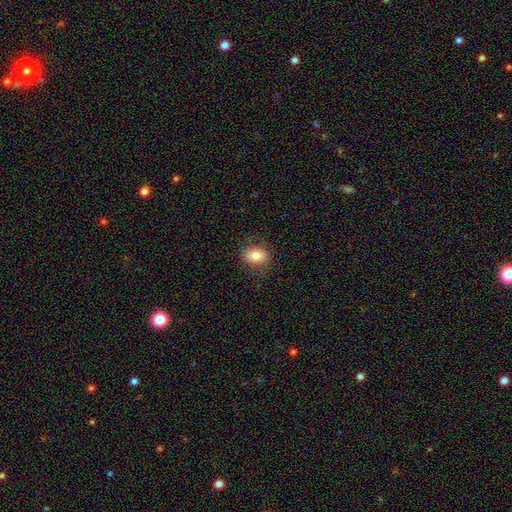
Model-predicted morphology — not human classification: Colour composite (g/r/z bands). It shows a smooth galaxy with no disk features (79%) that is in between round and cigar-shaped (60%). Merging: none (82%).